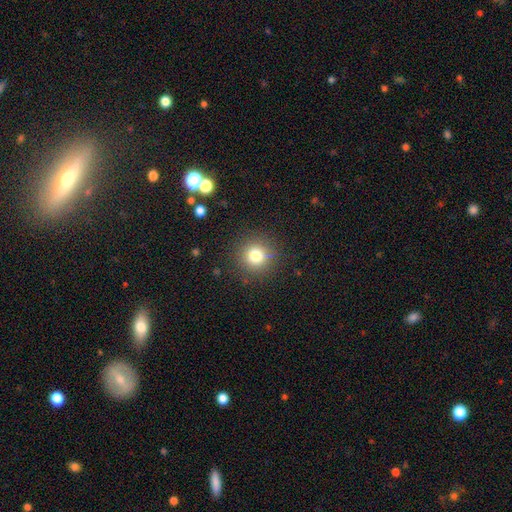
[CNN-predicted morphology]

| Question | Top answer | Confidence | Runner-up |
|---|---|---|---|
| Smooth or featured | smooth | 79% | star or artifact (13%) |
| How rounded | round | 94% | in between (5%) |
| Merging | none | 89% | minor disturbance (7%) |